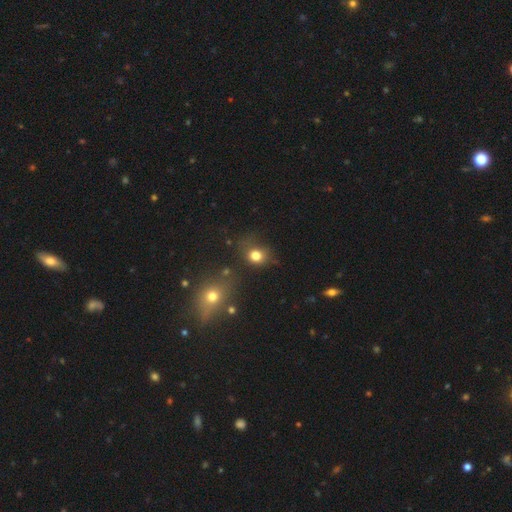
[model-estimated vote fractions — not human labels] This appears to be a smooth galaxy with no disk features (78%) that is round (67%). Merging: none (64%).